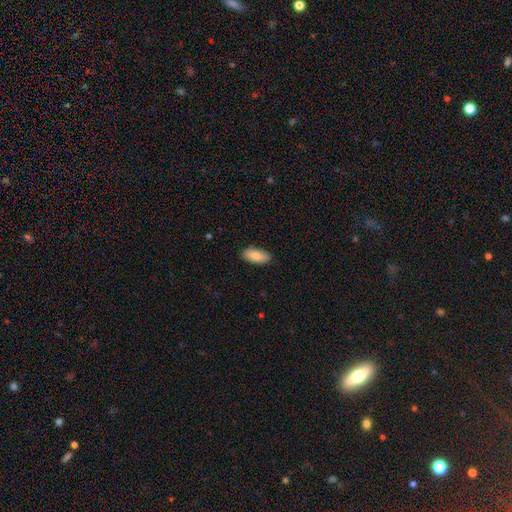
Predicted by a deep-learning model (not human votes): smooth-or-featured: smooth: 84% | featured or disk: 10% | star or artifact: 6%
  how-rounded: in between: 88% | cigar-shaped: 10% | round: 2%
  merging: none: 88% | minor disturbance: 9% | major disturbance: 2% | merger: 1%